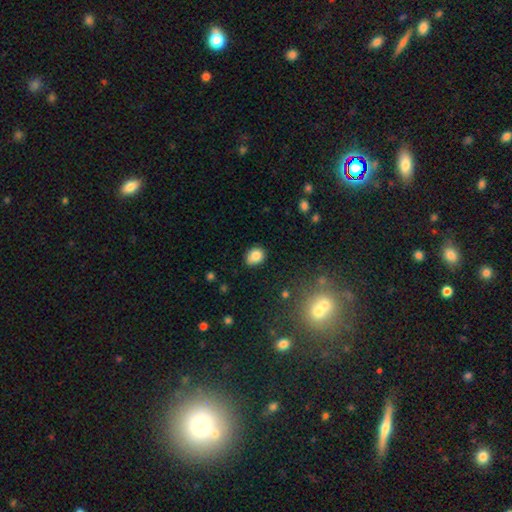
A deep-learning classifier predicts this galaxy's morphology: type=smooth (84%); roundness=in between (52%); merging=none (70%).